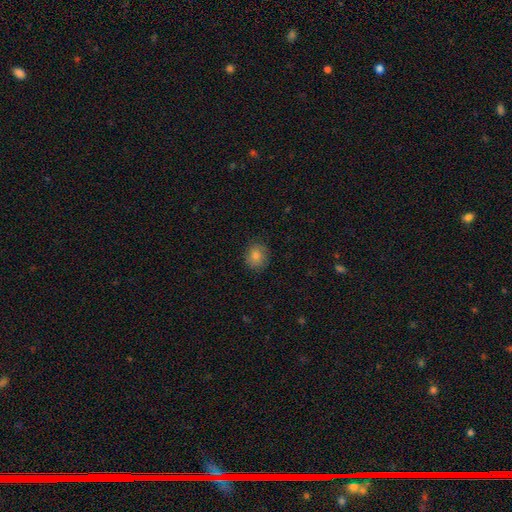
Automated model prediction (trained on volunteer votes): smooth 80%, star or artifact 12%, featured or disk 8%. Down the decision tree: how rounded — round (84%); merging — none (87%).